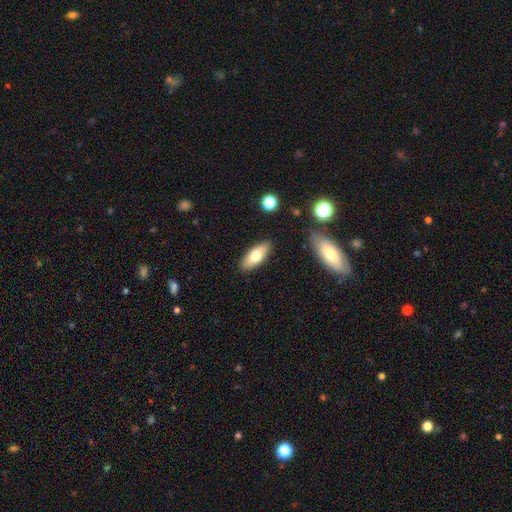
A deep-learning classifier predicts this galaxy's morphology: type=smooth (72%); roundness=in between (77%); merging=none (87%).